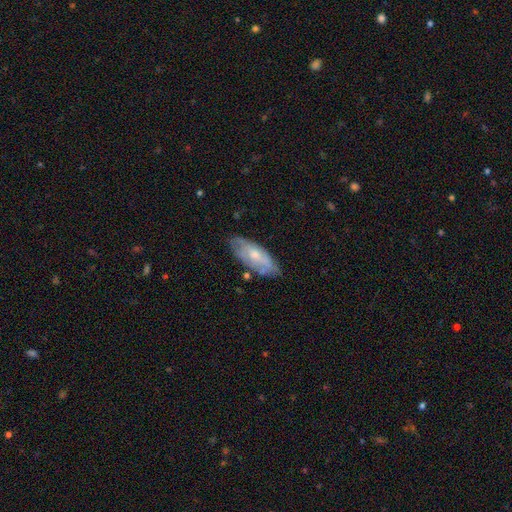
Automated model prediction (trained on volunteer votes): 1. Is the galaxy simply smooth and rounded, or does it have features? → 51% featured or disk, 43% smooth, 6% star or artifact.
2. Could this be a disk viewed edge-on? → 82% no, 18% yes.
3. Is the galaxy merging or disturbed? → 67% none, 24% minor disturbance, 6% major disturbance, 3% merger.